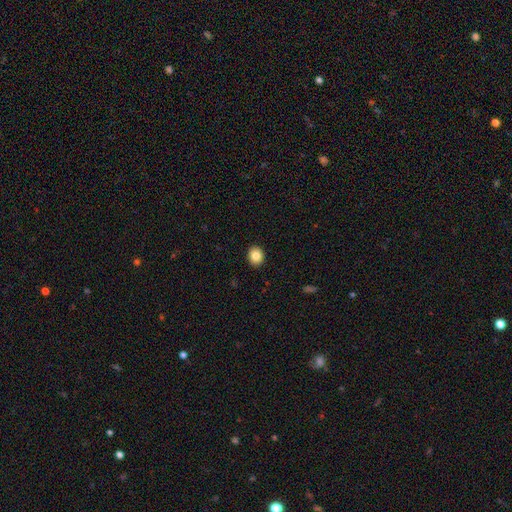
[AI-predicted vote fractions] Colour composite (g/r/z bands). It shows a smooth galaxy with no disk features (84%) that is round (70%). Merging: none (92%).